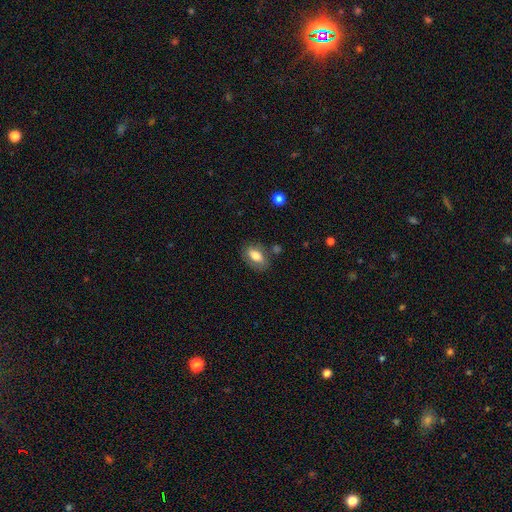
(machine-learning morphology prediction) smooth 75%, featured or disk 18%, star or artifact 7%. Down the decision tree: how rounded — in between (89%); merging — none (74%).